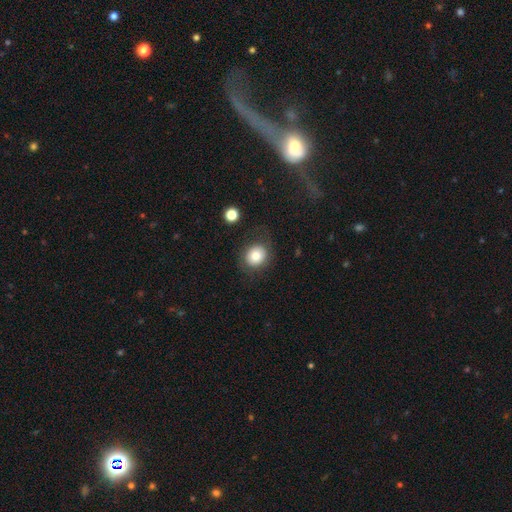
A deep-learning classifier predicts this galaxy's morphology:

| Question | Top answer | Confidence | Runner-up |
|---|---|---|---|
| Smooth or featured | smooth | 79% | featured or disk (11%) |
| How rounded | round | 77% | in between (22%) |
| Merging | none | 81% | minor disturbance (12%) |